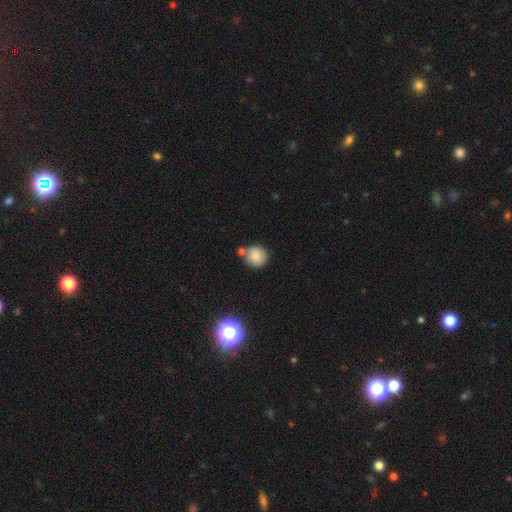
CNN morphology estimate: type=smooth (83%); roundness=round (90%); merging=none (66%).